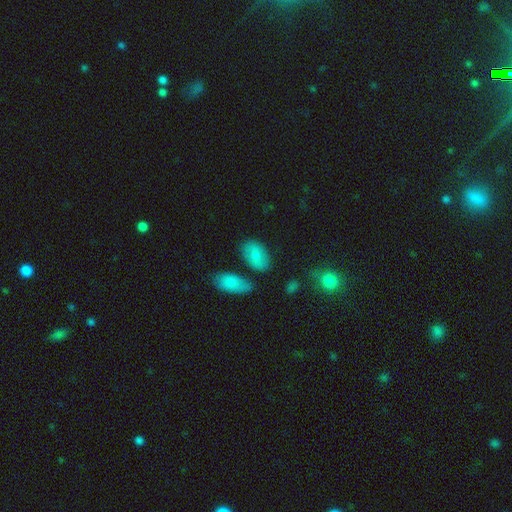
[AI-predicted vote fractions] Smooth or featured?
  - smooth: 76% *
  - featured or disk: 17%
  - star or artifact: 7%
How rounded?
  - in between: 91% *
  - round: 7%
  - cigar-shaped: 2%
Merging?
  - none: 71% *
  - minor disturbance: 16%
  - merger: 8%
  - major disturbance: 5%